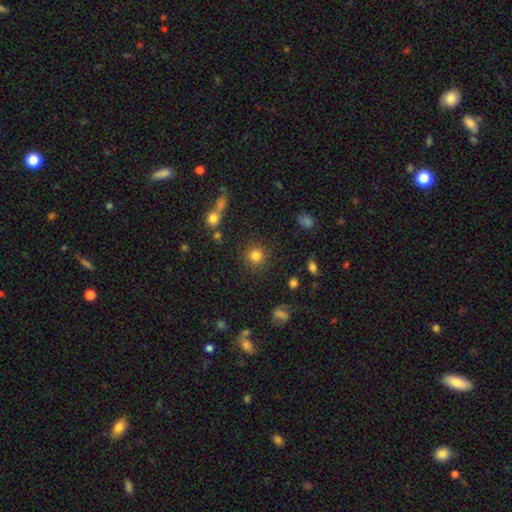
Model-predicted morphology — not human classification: A smooth galaxy with no disk features (81%) that is round (92%). Merging: none (86%).